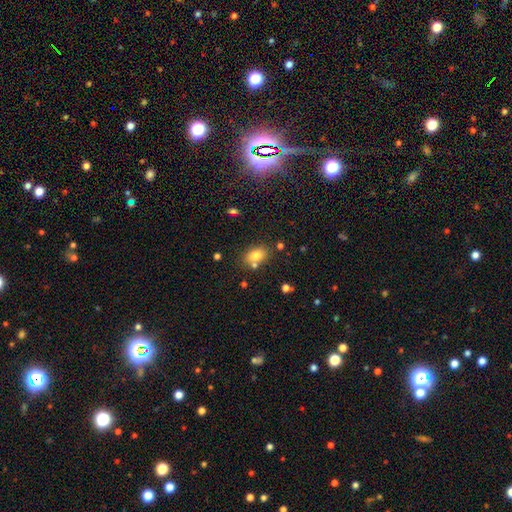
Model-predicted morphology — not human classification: smooth 78%, featured or disk 11%, star or artifact 11%. Down the decision tree: how rounded — in between (81%); merging — none (69%).